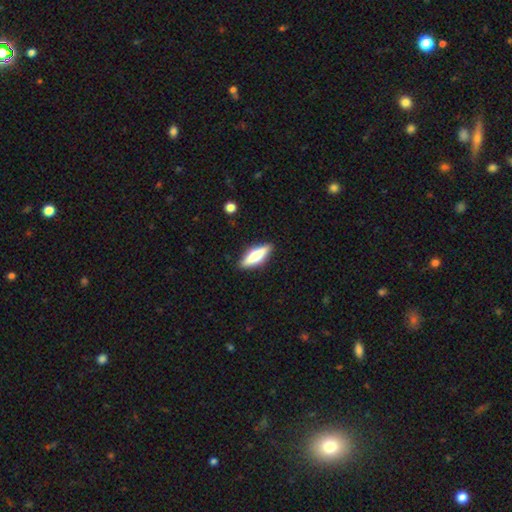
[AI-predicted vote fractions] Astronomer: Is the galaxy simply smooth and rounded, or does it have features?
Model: smooth — 53% (runner-up: featured or disk, 41%).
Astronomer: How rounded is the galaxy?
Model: cigar-shaped — 56% (runner-up: in between, 42%).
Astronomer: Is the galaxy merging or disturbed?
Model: none — 89%.